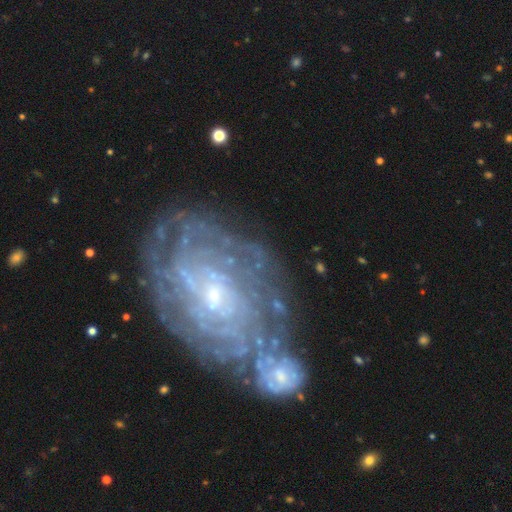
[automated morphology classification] Overall: featured or disk (84%). Edge-on disk: no (96%). Bar: no (54%; weak 35%). Spiral arms: yes (90%). Spiral arm count: can't tell (48%; more than 4 17%). Spiral winding: tight (76%). Bulge size: small (67%). Merging: none (49%; merger 28%).